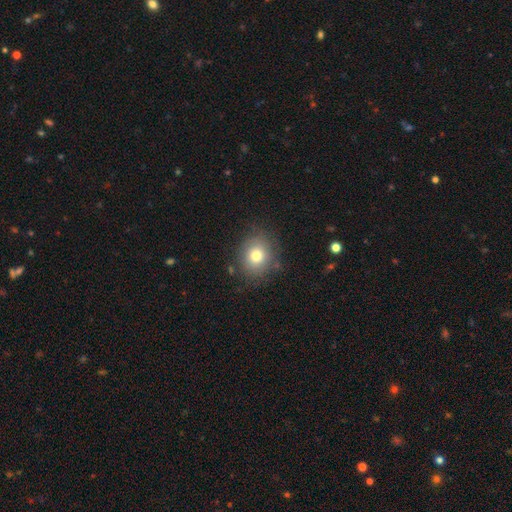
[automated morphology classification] This is likely a smooth galaxy (77%). How rounded: likely round (76%). Merging: clearly none (81%).